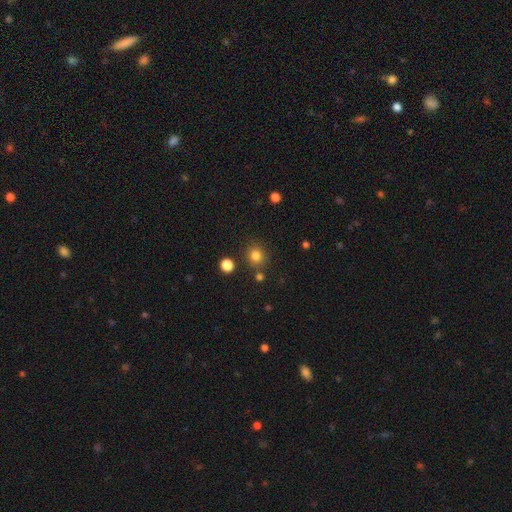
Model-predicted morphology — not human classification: Smooth or featured: smooth — 82% (star or artifact — 13%)
How rounded: round — 85% (in between — 14%)
Merging: none — 81% (minor disturbance — 9%)